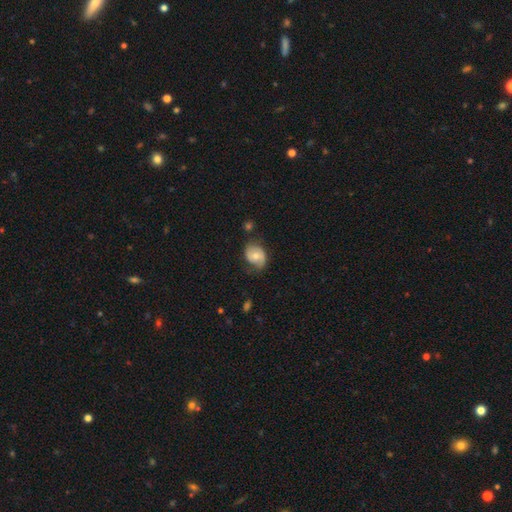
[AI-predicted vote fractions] smooth-or-featured: featured or disk: 48% | smooth: 45% | star or artifact: 7%
  merging: none: 57% | minor disturbance: 29% | major disturbance: 12% | merger: 3%